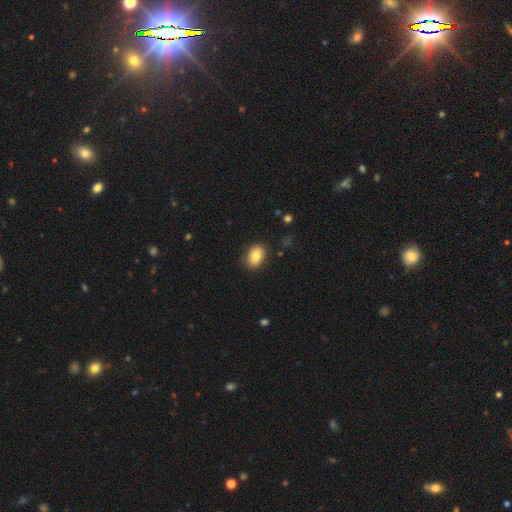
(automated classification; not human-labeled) Smooth or featured? smooth (82%)
How rounded? in between (79%)
Merging? none (84%)